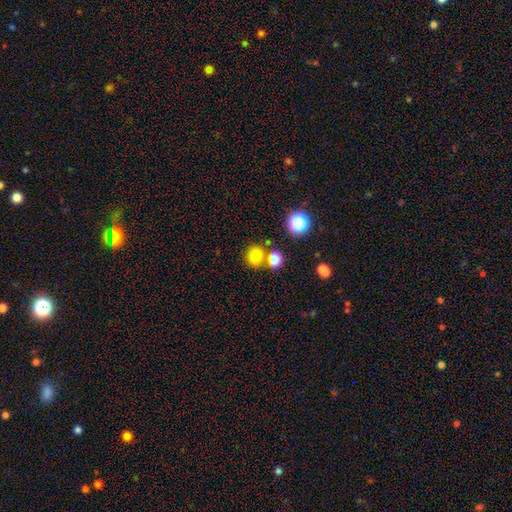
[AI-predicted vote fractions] smooth-or-featured: smooth: 77% | star or artifact: 17% | featured or disk: 5%
  how-rounded: round: 79% | in between: 20% | cigar-shaped: 1%
  merging: none: 72% | merger: 15% | minor disturbance: 10% | major disturbance: 4%